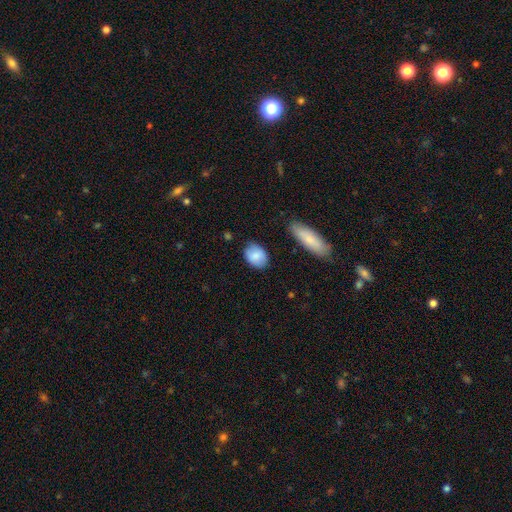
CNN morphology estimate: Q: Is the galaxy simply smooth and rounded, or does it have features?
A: smooth — 83%.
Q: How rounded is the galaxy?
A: in between — 67%.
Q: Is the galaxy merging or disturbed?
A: none — 79%.